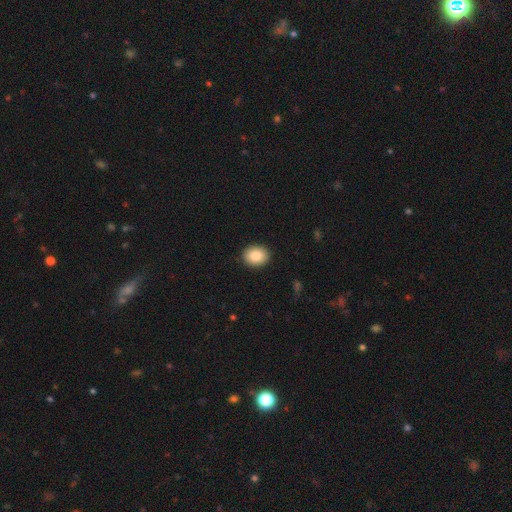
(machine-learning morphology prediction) Smooth or featured?
  - smooth: 84% *
  - star or artifact: 8%
  - featured or disk: 8%
How rounded?
  - round: 53% *
  - in between: 47%
  - cigar-shaped: 1%
Merging?
  - none: 91% *
  - minor disturbance: 6%
  - major disturbance: 2%
  - merger: 1%